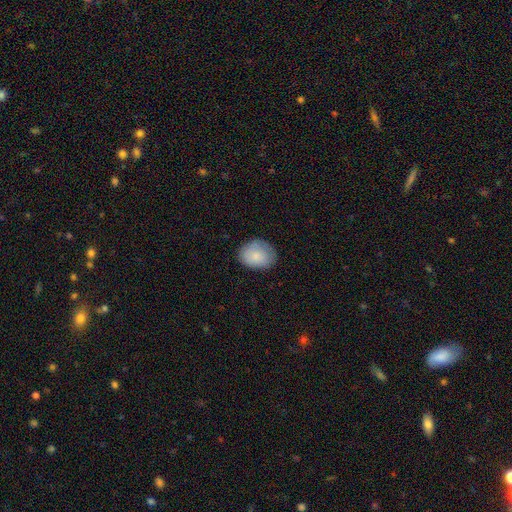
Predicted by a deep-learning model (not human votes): This appears to be a smooth galaxy with no disk features (82%) that is in between round and cigar-shaped (60%). Merging: none (76%).